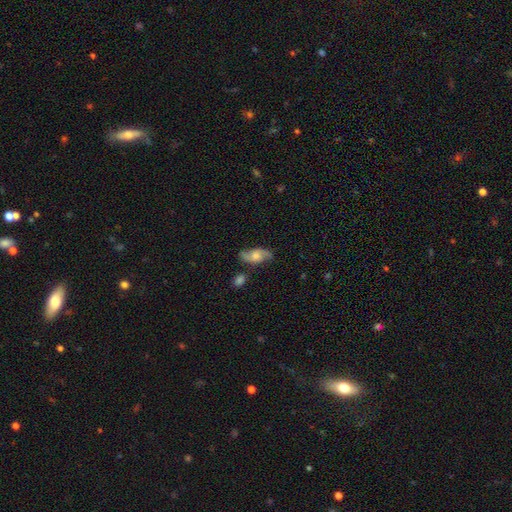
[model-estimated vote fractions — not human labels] Morphology: type=featured or disk (63%); edge-on=no (90%); bar=no (65%); spiral arms=yes (90%); winding=loose (55%); arm count=2 (89%); bulge=moderate (48%); merging=none (71%).